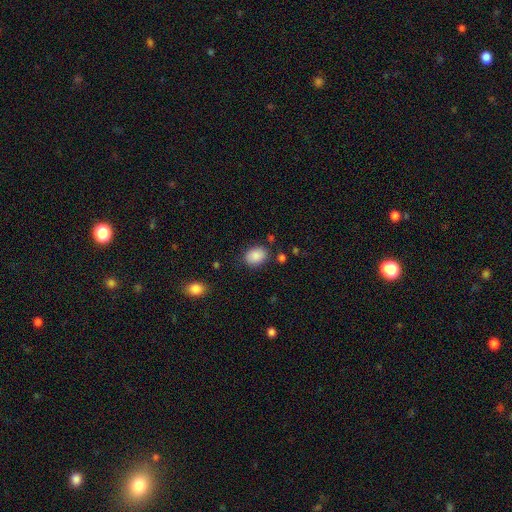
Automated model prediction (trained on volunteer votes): smooth-or-featured: smooth: 88% | star or artifact: 8% | featured or disk: 4%
  how-rounded: in between: 69% | round: 30% | cigar-shaped: 1%
  merging: none: 81% | minor disturbance: 12% | major disturbance: 4% | merger: 3%